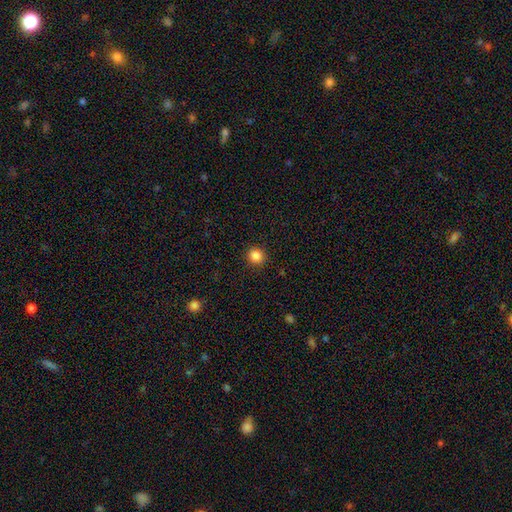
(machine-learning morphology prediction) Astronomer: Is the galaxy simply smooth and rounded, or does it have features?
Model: smooth — 86%.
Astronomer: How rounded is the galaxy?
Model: round — 91%.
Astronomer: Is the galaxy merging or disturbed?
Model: none — 92%.